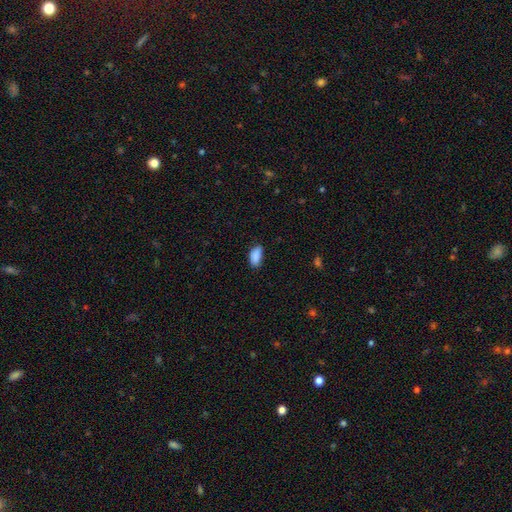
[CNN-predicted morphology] A smooth galaxy with no disk features (89%) that is in between round and cigar-shaped (92%).

Vote fractions:
- Smooth or featured? smooth: 89% / star or artifact: 7% / featured or disk: 4%
- How rounded? in between: 92% / cigar-shaped: 6% / round: 3%
- Merging? none: 74% / minor disturbance: 21% / major disturbance: 4% / merger: 1%